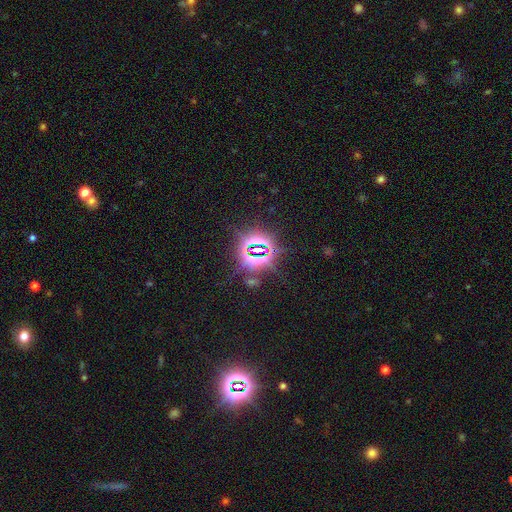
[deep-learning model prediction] Smooth or featured? star or artifact (83%)